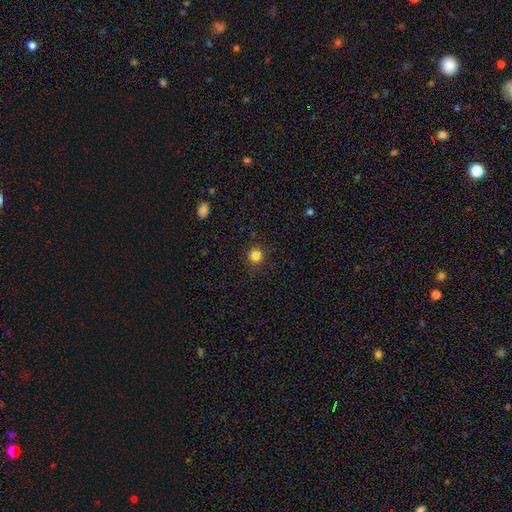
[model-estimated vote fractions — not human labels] This appears to be a smooth galaxy with no disk features (82%) that is round (92%). Merging: none (88%).